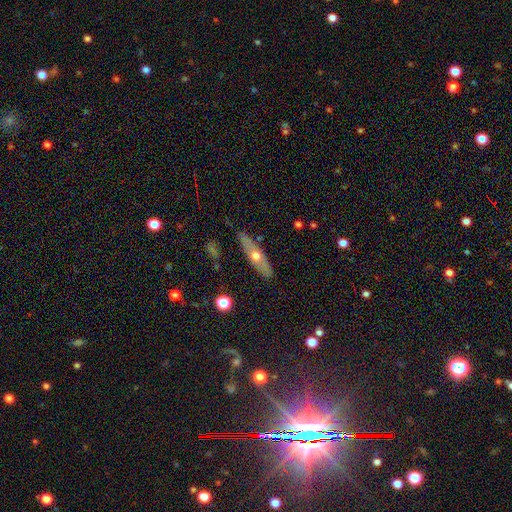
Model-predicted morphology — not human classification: The model was most divided on "smooth or featured": featured or disk: 55%, smooth: 37%, star or artifact: 8%. More confident: merging — none (84%); edge-on disk — yes (70%).